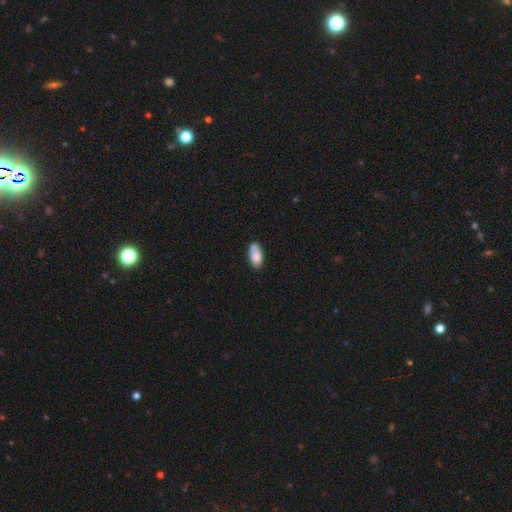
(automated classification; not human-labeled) smooth_or_featured: smooth (p=0.84) [alt: featured or disk p=0.09]
how_rounded: in between (p=0.91) [alt: cigar-shaped p=0.07]
merging: none (p=0.70) [alt: minor disturbance p=0.23]